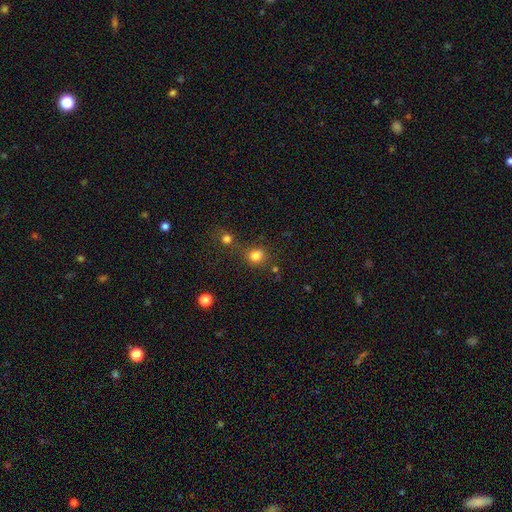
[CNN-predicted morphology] This is likely a smooth galaxy (79%). How rounded: likely round (79%). Merging: likely none (67%).